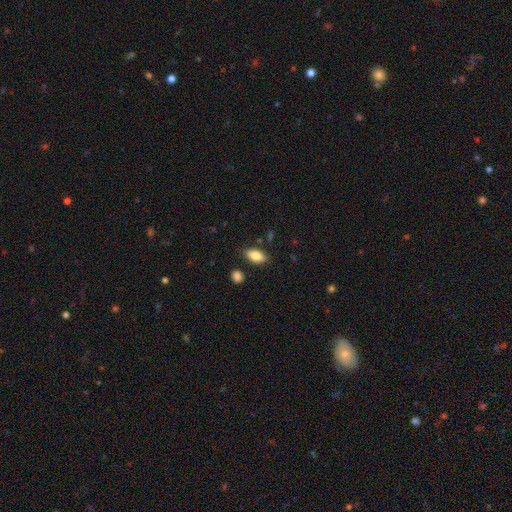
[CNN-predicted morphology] A smooth galaxy with no disk features (84%) that is in between round and cigar-shaped (90%). Merging: none (83%).